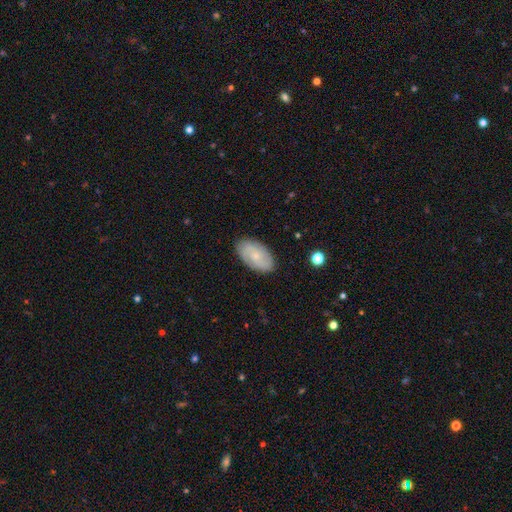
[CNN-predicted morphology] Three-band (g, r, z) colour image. It shows a featured or disk galaxy (50%). Merging: none (84%).